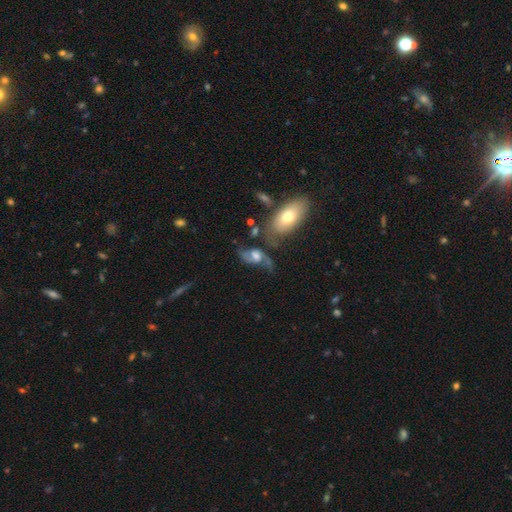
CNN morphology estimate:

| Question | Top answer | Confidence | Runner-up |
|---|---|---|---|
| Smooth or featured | featured or disk | 74% | smooth (18%) |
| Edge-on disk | no | 95% | yes (5%) |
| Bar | no | 52% | weak (39%) |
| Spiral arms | yes | 87% | no (13%) |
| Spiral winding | loose | 61% | medium (31%) |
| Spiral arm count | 2 | 88% | 1 (4%) |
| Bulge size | moderate | 44% | large (30%) |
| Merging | none | 40% | major disturbance (23%) |